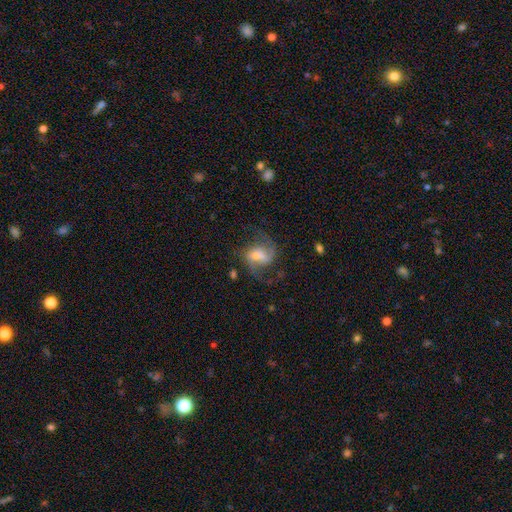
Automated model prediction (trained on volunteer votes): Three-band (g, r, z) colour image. It shows a featured or disk galaxy (70%) with a weak bar (48%), 2 (81%) loose (46%) spiral arms (92%) and a moderate central bulge (40%). Merging: none (56%).